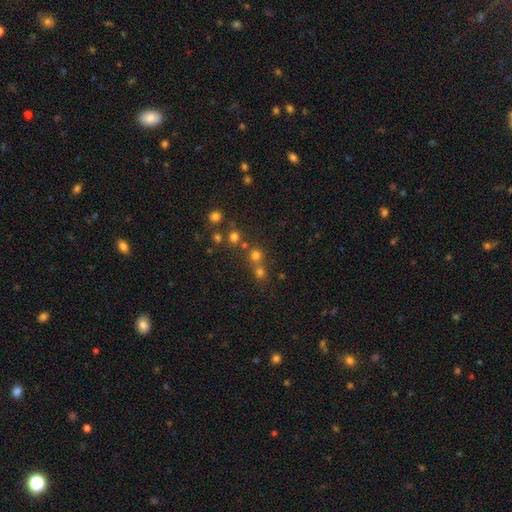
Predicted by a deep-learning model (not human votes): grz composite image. It shows a smooth galaxy with no disk features (68%) that is round (91%). Merging: none (59%).